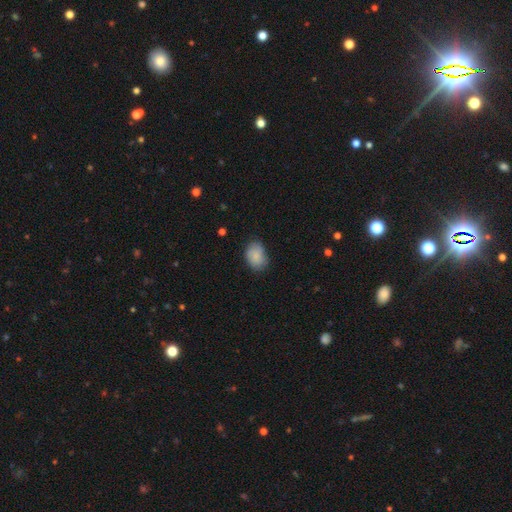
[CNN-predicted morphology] The model was most divided on "merging": none: 72%, minor disturbance: 22%, major disturbance: 5%, merger: 1%. More confident: smooth or featured — smooth (85%); how rounded — in between (76%).